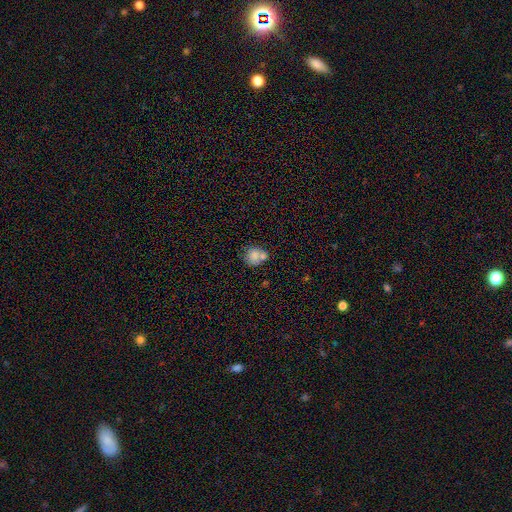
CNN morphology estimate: A smooth galaxy with no disk features (77%) that is round (78%). Merging: none (46%).